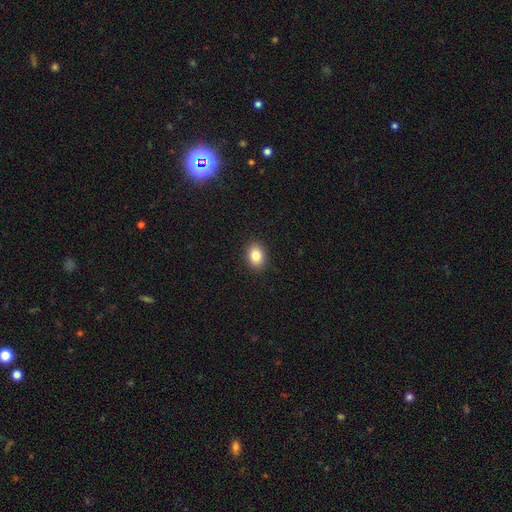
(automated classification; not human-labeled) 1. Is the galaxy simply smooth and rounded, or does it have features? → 84% smooth, 9% star or artifact, 6% featured or disk.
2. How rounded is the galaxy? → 65% in between, 34% round, 1% cigar-shaped.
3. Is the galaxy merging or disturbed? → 90% none, 7% minor disturbance, 2% major disturbance, 1% merger.